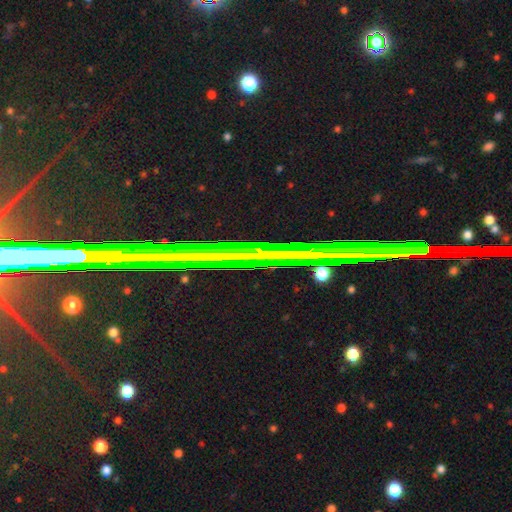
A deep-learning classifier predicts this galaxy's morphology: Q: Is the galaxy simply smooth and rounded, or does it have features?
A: star or artifact — 60%.